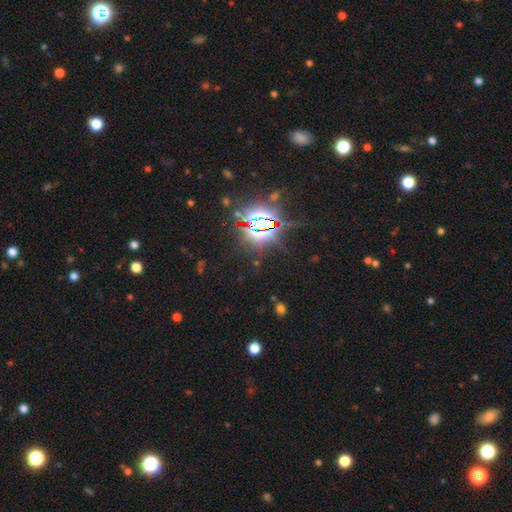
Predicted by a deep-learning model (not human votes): smooth-or-featured: star or artifact: 84% | smooth: 8% | featured or disk: 7%